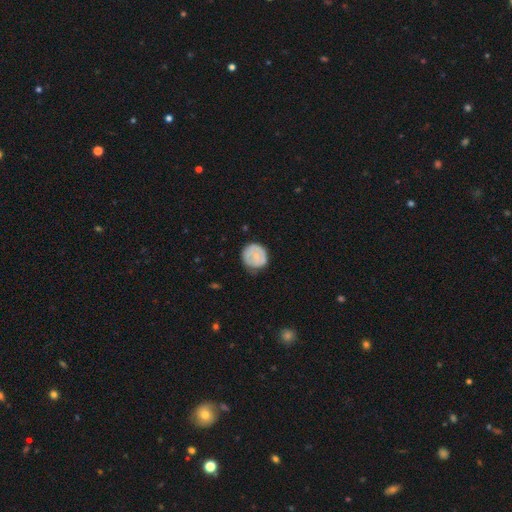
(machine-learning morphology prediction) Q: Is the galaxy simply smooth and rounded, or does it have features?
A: smooth — 63%.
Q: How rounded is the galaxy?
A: round — 89%.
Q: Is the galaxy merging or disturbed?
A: none — 70%.